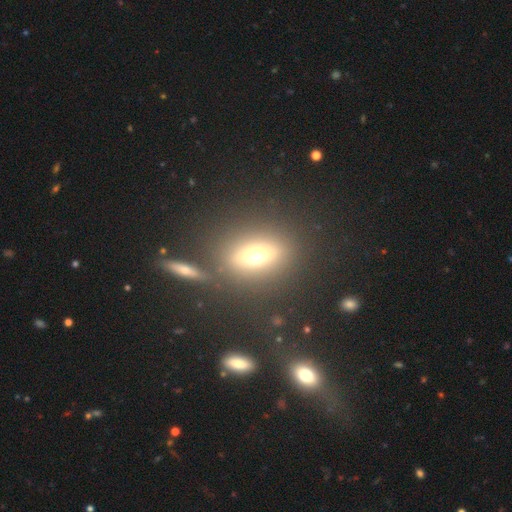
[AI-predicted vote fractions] Smooth or featured?
  - smooth: 62% *
  - featured or disk: 21%
  - star or artifact: 16%
How rounded?
  - in between: 59% *
  - round: 33%
  - cigar-shaped: 8%
Merging?
  - none: 78% *
  - minor disturbance: 9%
  - merger: 7%
  - major disturbance: 5%